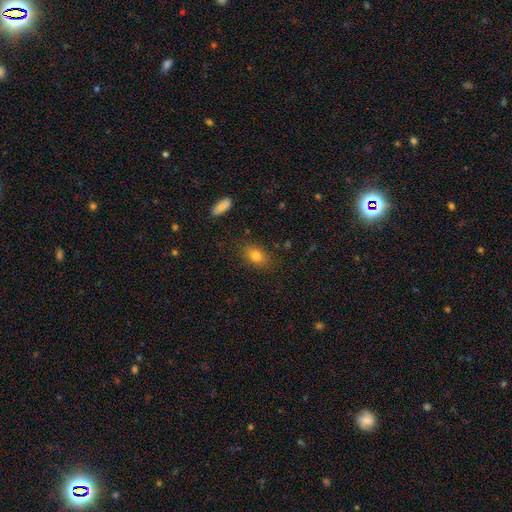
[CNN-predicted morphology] This appears to be a smooth galaxy with no disk features (80%) that is in between round and cigar-shaped (82%). Merging: none (83%).